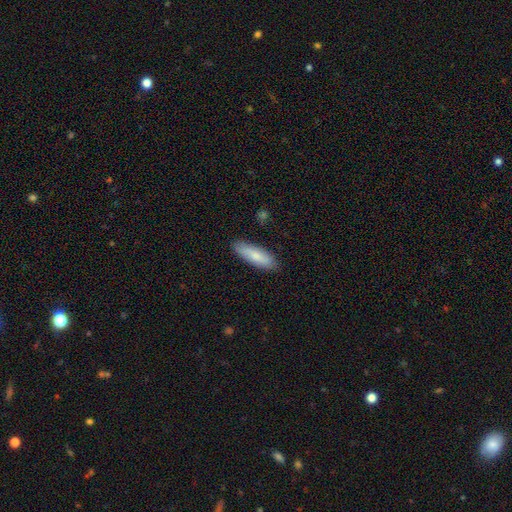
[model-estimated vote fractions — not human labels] Overall: smooth (77%). How rounded: in between (51%; cigar-shaped 47%). Merging: none (87%).